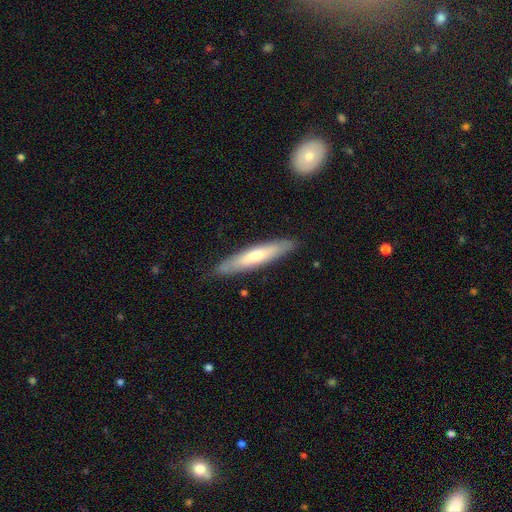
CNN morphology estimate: smooth-or-featured: smooth: 57% | featured or disk: 38% | star or artifact: 5%
  how-rounded: cigar-shaped: 86% | in between: 13% | round: 1%
  merging: none: 86% | minor disturbance: 10% | major disturbance: 2% | merger: 1%